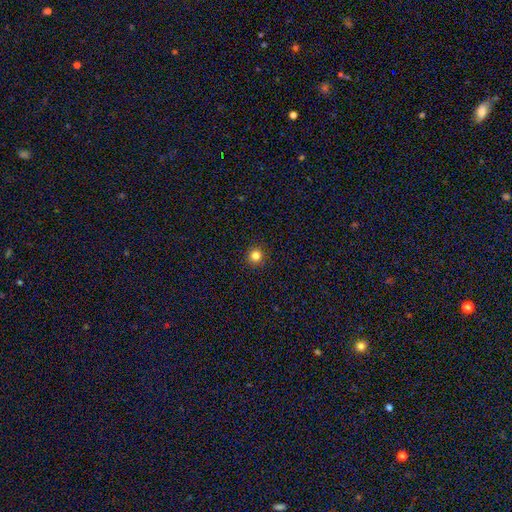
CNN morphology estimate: Smooth or featured? Predicted: smooth (p=0.82). How rounded? Predicted: round (p=0.95). Merging? Predicted: none (p=0.93).